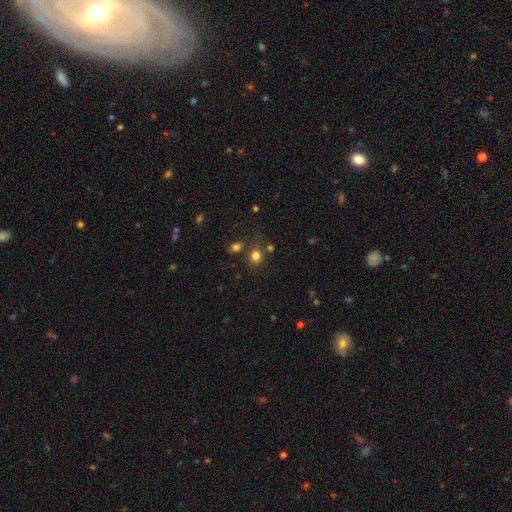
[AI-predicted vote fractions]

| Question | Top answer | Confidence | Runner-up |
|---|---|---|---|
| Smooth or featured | smooth | 77% | star or artifact (17%) |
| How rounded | round | 78% | in between (21%) |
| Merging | none | 71% | merger (14%) |